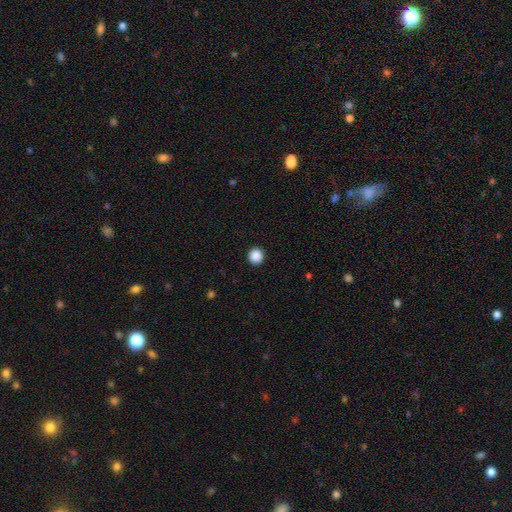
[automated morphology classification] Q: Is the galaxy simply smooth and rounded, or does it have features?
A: smooth — 88%.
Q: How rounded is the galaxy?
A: round — 93%.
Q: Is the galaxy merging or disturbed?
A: none — 93%.